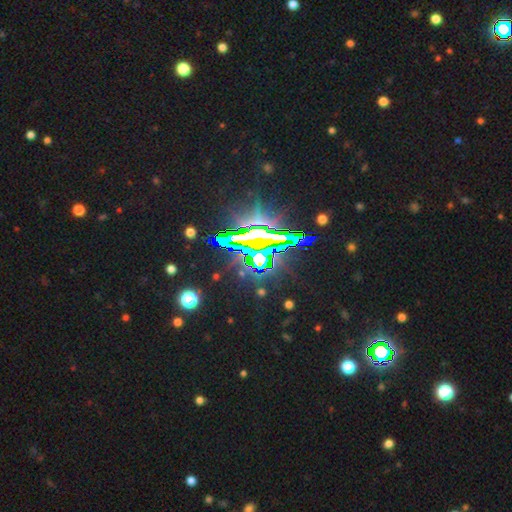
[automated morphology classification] Smooth or featured?
  - star or artifact: 82% *
  - featured or disk: 10%
  - smooth: 8%